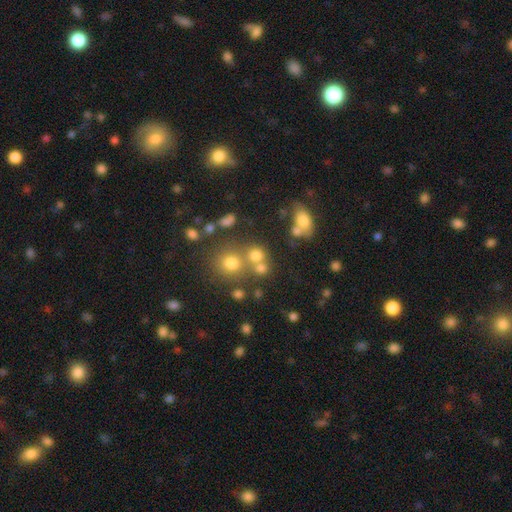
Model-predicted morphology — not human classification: Smooth or featured? Predicted: smooth (p=0.71). How rounded? Predicted: round (p=0.82). Merging? Predicted: none (p=0.54).